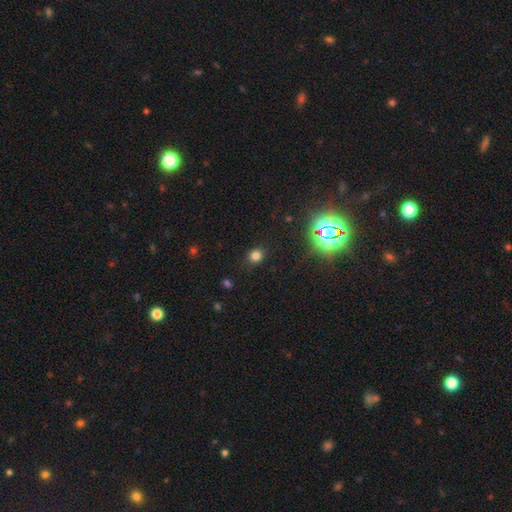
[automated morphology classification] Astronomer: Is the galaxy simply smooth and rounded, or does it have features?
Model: smooth — 75%.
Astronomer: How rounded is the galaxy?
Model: round — 77%.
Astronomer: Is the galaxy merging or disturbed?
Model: none — 86%.